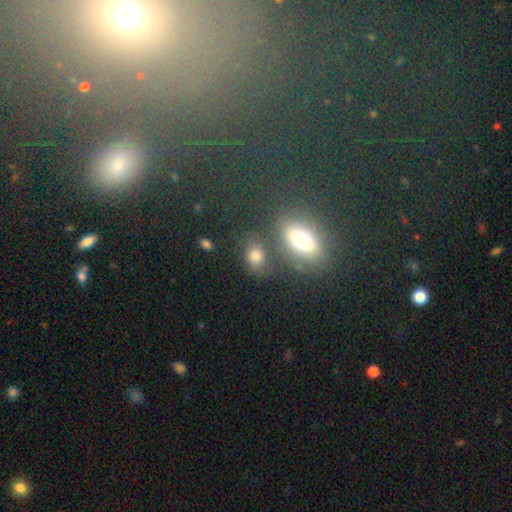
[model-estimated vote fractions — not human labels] Smooth or featured: smooth — 75% (star or artifact — 13%)
How rounded: in between — 69% (round — 26%)
Merging: none — 63% (merger — 18%)